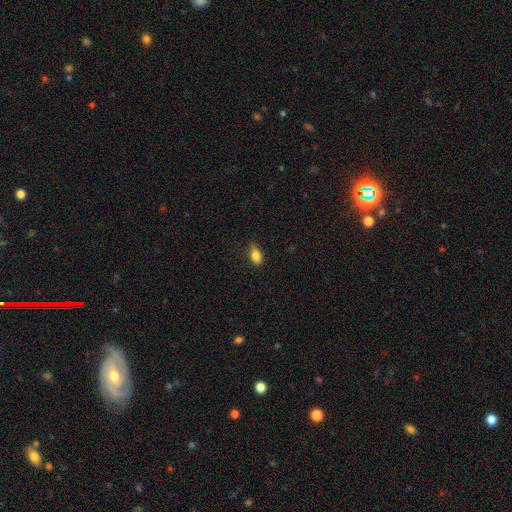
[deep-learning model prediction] The model was most divided on "merging": none: 72%, minor disturbance: 23%, major disturbance: 4%, merger: 1%. More confident: how rounded — in between (86%); smooth or featured — smooth (84%).